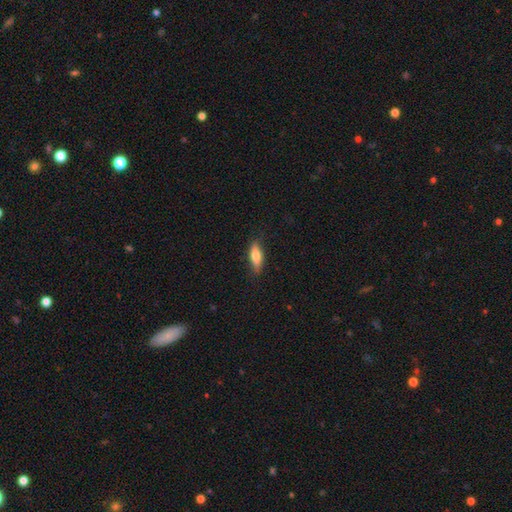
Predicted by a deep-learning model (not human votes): Smooth or featured? smooth (67%)
How rounded? in between (52%)
Merging? none (79%)